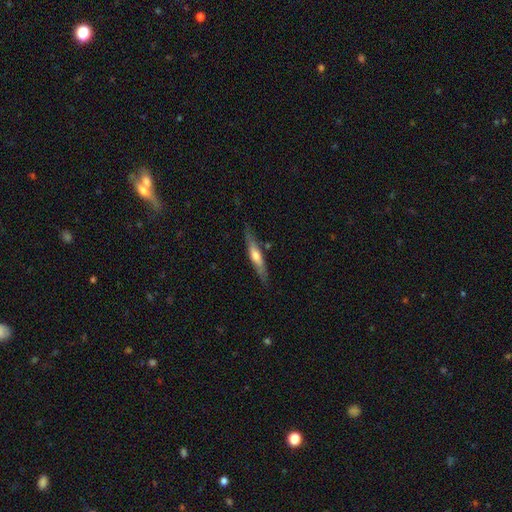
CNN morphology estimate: A featured or disk galaxy (51%) viewed edge-on (86%).

Vote fractions:
- Smooth or featured? featured or disk: 51% / smooth: 44% / star or artifact: 5%
- Edge-on disk? yes: 86% / no: 14%
- Merging? none: 79% / minor disturbance: 15% / major disturbance: 3% / merger: 3%